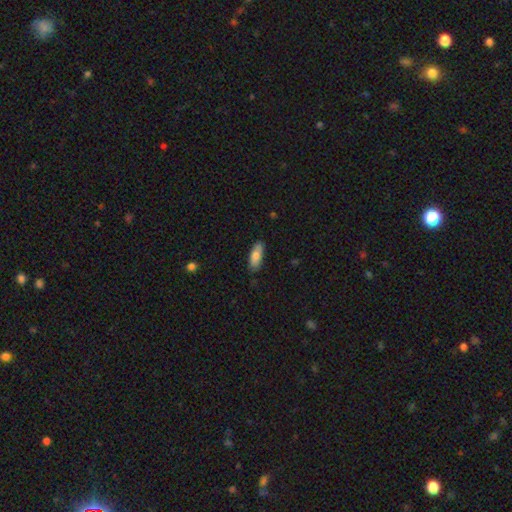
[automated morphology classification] Smooth or featured: smooth — 81% (featured or disk — 13%)
How rounded: in between — 66% (cigar-shaped — 32%)
Merging: none — 82% (minor disturbance — 14%)